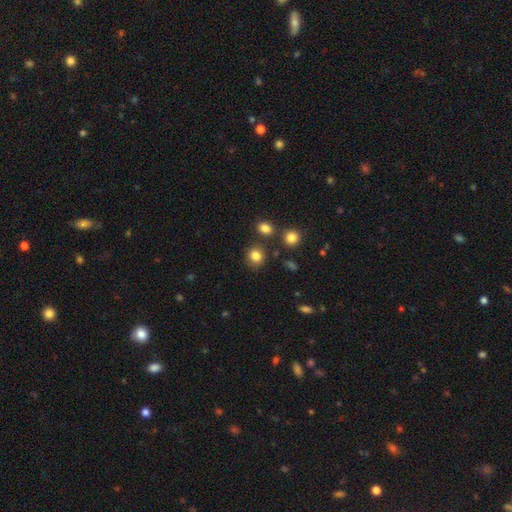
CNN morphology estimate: type=smooth (83%); roundness=round (80%); merging=none (81%).